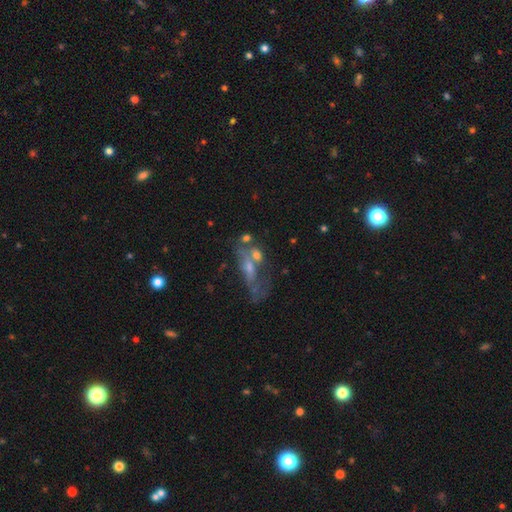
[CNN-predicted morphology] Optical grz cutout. It shows a featured or disk galaxy (49%). Merging: merger (35%).